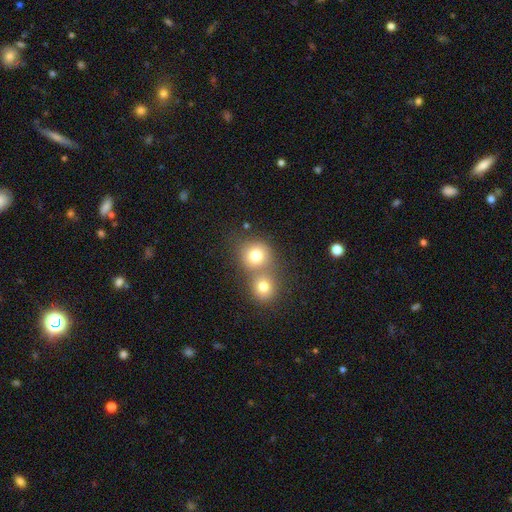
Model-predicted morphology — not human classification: Smooth or featured: smooth — 77% (star or artifact — 12%)
How rounded: round — 86% (in between — 13%)
Merging: merger — 47% (none — 43%)